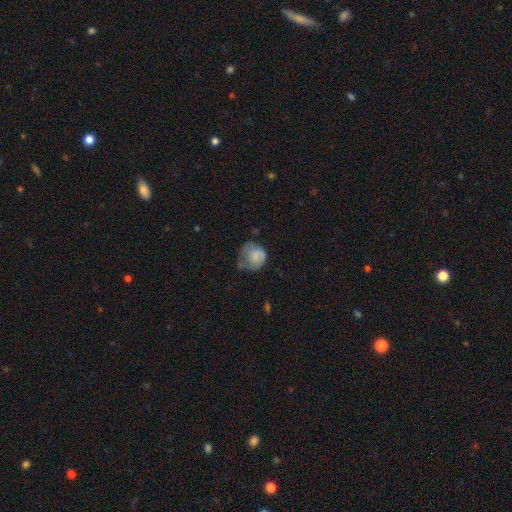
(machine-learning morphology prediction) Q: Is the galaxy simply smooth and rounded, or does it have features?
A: smooth — 66%.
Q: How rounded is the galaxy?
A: round — 73%.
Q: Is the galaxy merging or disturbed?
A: minor disturbance — 34%, tied with none.